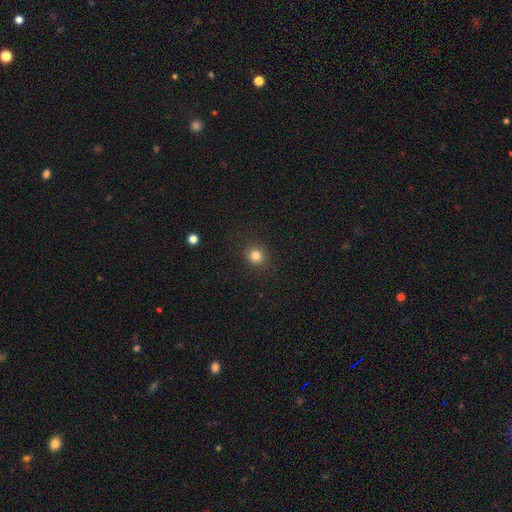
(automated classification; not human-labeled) smooth 82%, star or artifact 13%, featured or disk 6%. Down the decision tree: how rounded — round (89%); merging — none (89%).